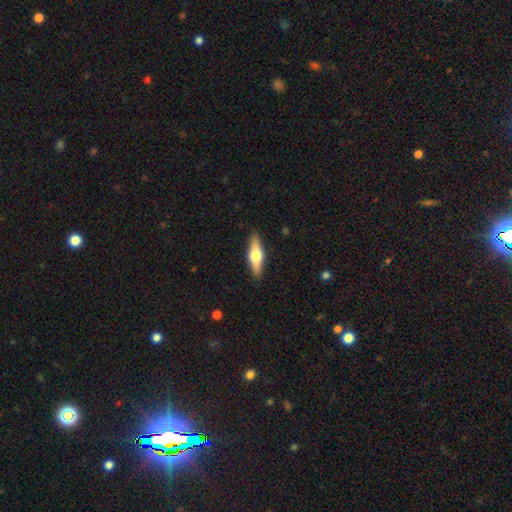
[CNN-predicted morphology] Smooth or featured?
  - featured or disk: 50% *
  - smooth: 45%
  - star or artifact: 6%
Merging?
  - none: 89% *
  - minor disturbance: 8%
  - major disturbance: 2%
  - merger: 1%